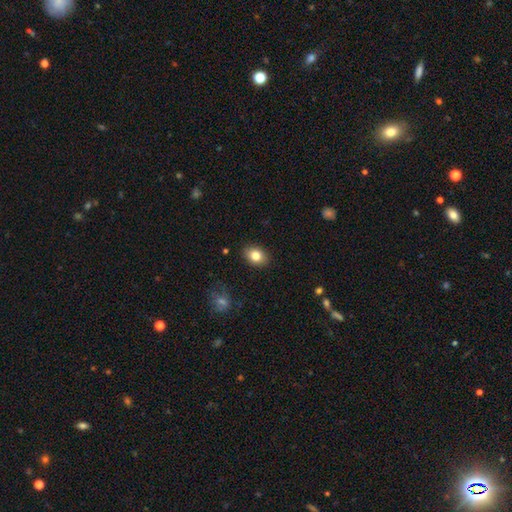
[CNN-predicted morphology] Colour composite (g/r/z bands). It shows a smooth galaxy with no disk features (82%) that is in between round and cigar-shaped (72%). Merging: none (88%).